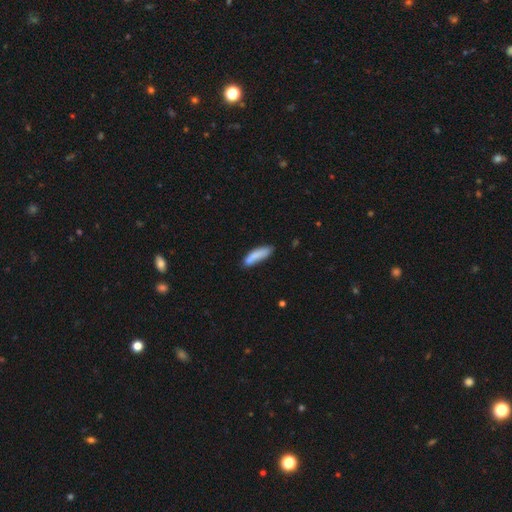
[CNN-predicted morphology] This is clearly a smooth galaxy (83%). How rounded: likely cigar-shaped (67%). Merging: likely none (66%).